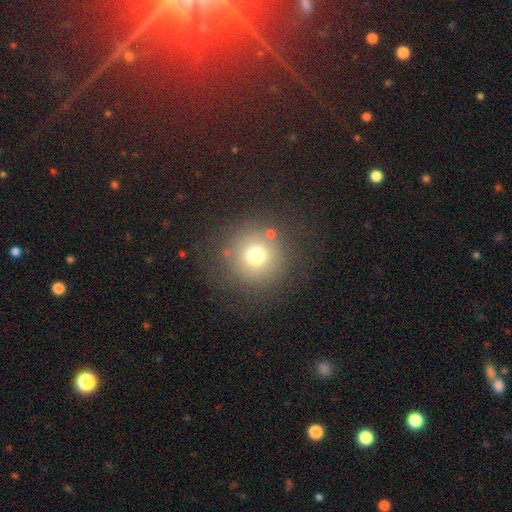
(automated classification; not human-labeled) This appears to be a smooth galaxy with no disk features (71%) that is round (95%). Merging: none (82%).